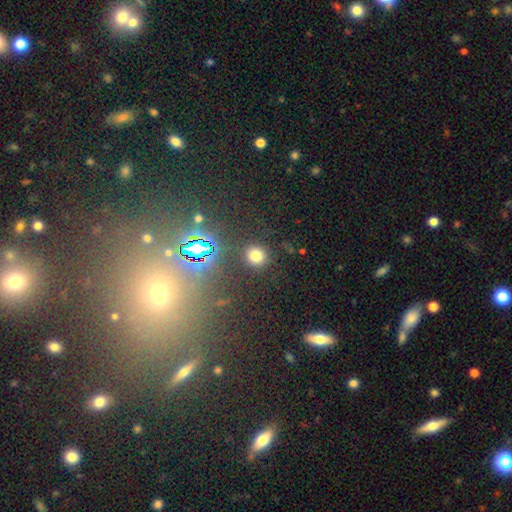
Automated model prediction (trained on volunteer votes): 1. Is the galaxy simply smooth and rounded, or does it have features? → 72% smooth, 22% star or artifact, 7% featured or disk.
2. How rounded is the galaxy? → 87% round, 12% in between, 1% cigar-shaped.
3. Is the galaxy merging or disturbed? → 87% none, 7% minor disturbance, 3% major disturbance, 3% merger.